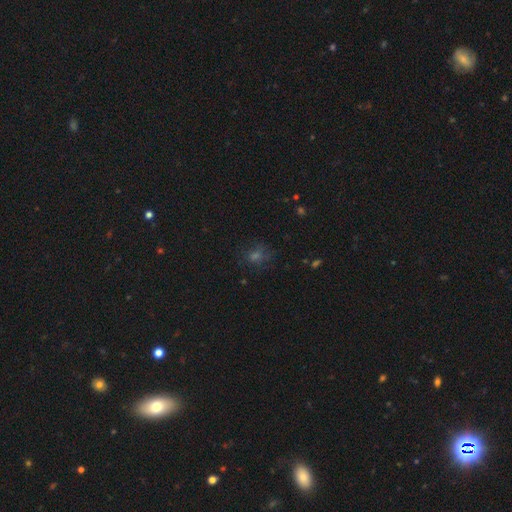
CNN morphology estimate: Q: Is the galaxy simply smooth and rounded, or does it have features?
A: smooth — 49%.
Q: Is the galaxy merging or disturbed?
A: none — 73%.